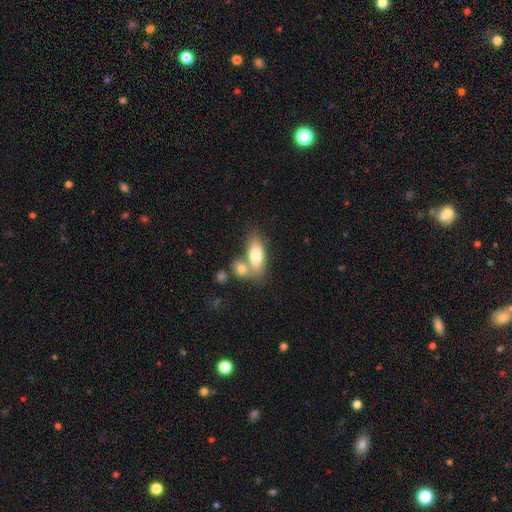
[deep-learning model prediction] Q: Smooth or featured?
A: smooth (73%); runner-up: featured or disk (20%)
Q: How rounded?
A: in between (83%); runner-up: cigar-shaped (11%)
Q: Merging?
A: merger (44%); runner-up: none (40%)